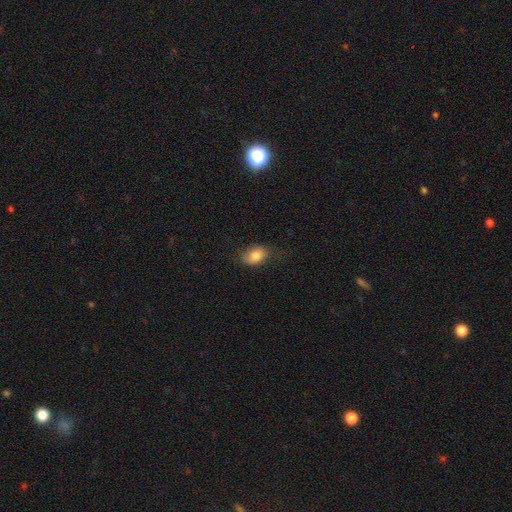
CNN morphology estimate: smooth 81%, featured or disk 10%, star or artifact 8%. Down the decision tree: how rounded — in between (79%); merging — none (68%).